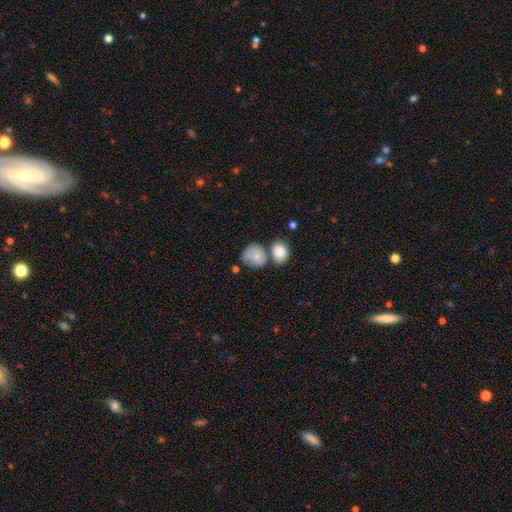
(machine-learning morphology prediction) A smooth galaxy with no disk features (81%) that is round (66%). Merging: none (43%).